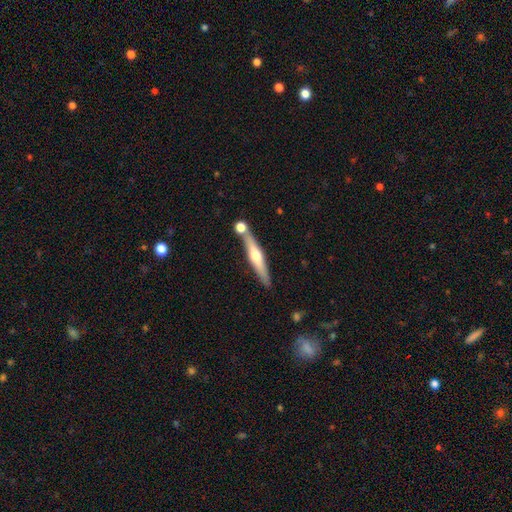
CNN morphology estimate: Smooth or featured? Predicted: featured or disk (p=0.56). Edge-on disk? Predicted: yes (p=0.95). Edge-on bulge? Predicted: rounded (p=0.88). Merging? Predicted: none (p=0.73).